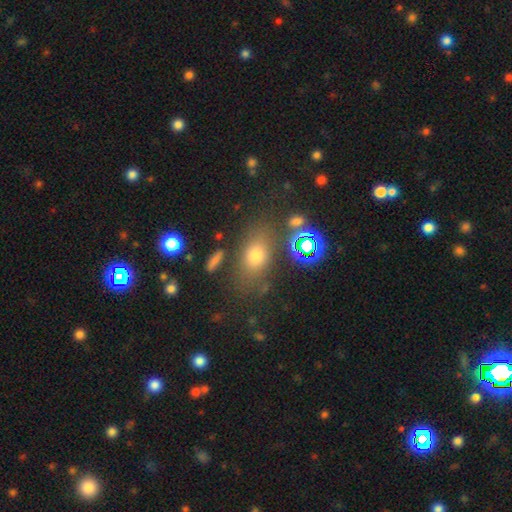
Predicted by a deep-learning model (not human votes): Overall: smooth (68%). How rounded: in between (73%). Merging: none (73%).